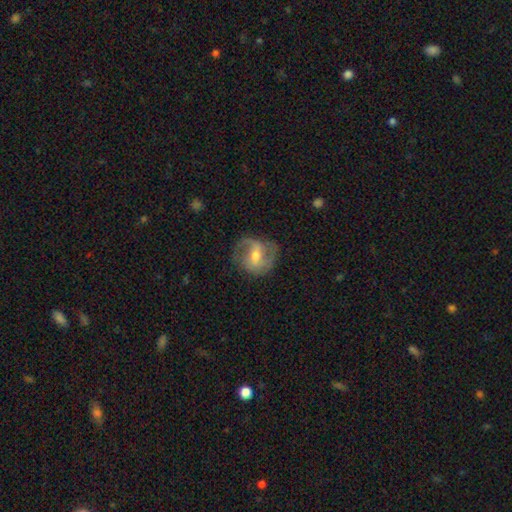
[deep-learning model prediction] Smooth or featured? Predicted: featured or disk (p=0.77). Edge-on disk? Predicted: no (p=0.97). Bar? Predicted: weak (p=0.49). Spiral arms? Predicted: yes (p=0.90). Spiral winding? Predicted: medium (p=0.49). Spiral arm count? Predicted: 2 (p=0.81). Bulge size? Predicted: moderate (p=0.62). Merging? Predicted: none (p=0.73).